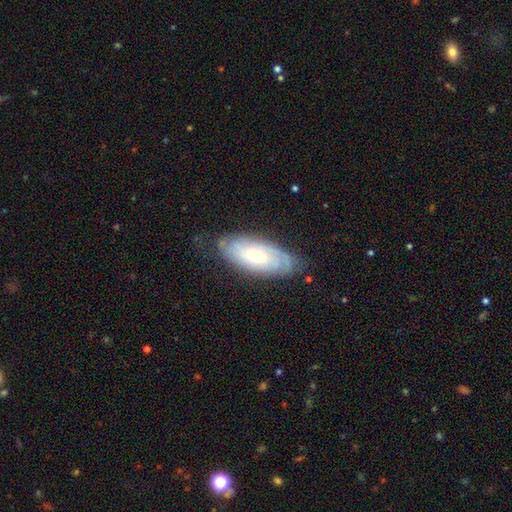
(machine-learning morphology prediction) Smooth or featured? Predicted: featured or disk (p=0.64). Edge-on disk? Predicted: no (p=0.87). Bar? Predicted: no (p=0.66). Spiral arms? Predicted: yes (p=0.82). Bulge size? Predicted: moderate (p=0.54). Merging? Predicted: none (p=0.73).